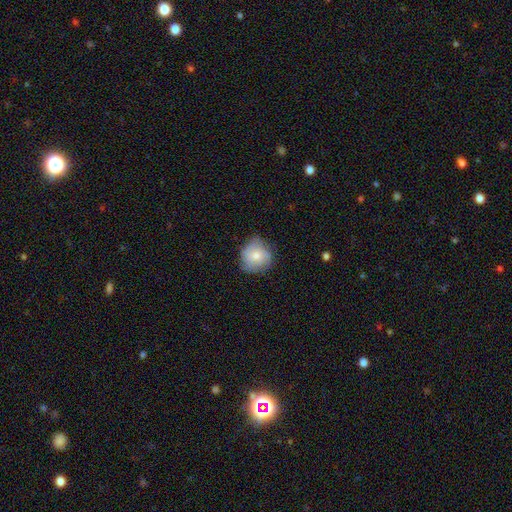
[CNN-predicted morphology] Overall: smooth (66%; featured or disk 26%). How rounded: round (86%). Merging: none (68%).